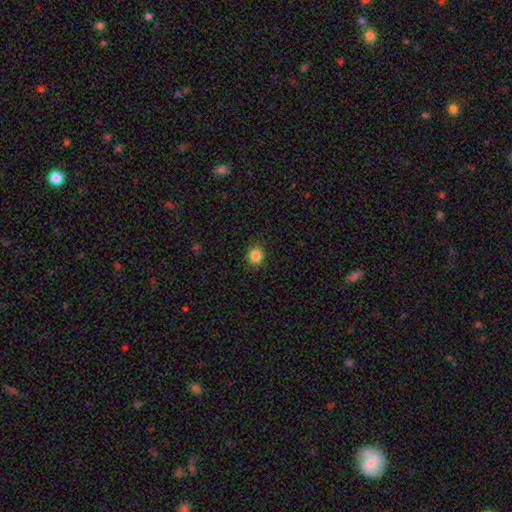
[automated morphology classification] A smooth galaxy with no disk features (85%) that is round (76%). Merging: none (88%).